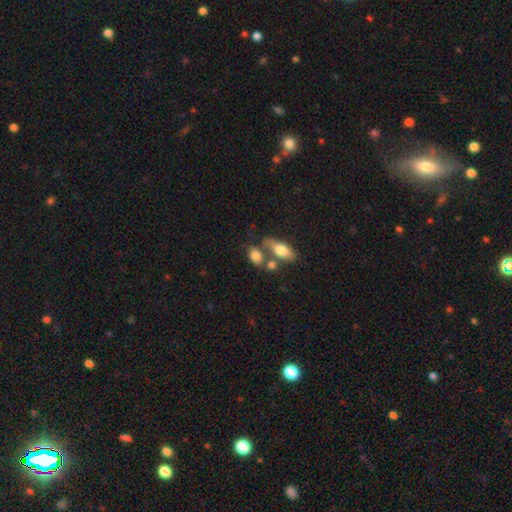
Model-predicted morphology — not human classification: Smooth or featured? Predicted: smooth (p=0.77). How rounded? Predicted: in between (p=0.79). Merging? Predicted: none (p=0.44).